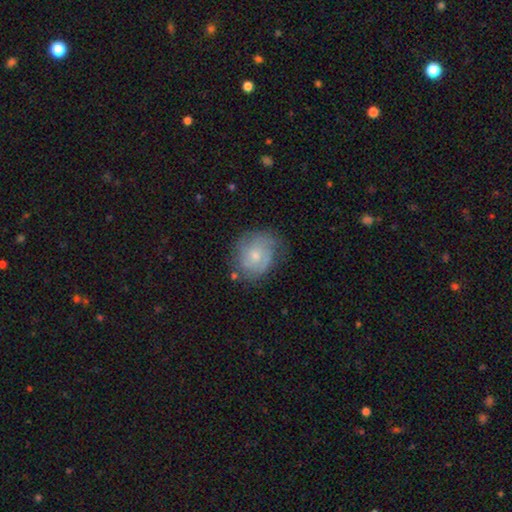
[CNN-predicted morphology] Smooth or featured?
  - featured or disk: 53% *
  - smooth: 39%
  - star or artifact: 8%
Edge-on disk?
  - no: 97% *
  - yes: 3%
Bar?
  - no: 74% *
  - weak: 23%
  - strong: 3%
Spiral arms?
  - yes: 77% *
  - no: 23%
Bulge size?
  - small: 50% *
  - moderate: 45%
  - none: 3%
  - large: 2%
  - dominant: 1%
Merging?
  - none: 66% *
  - minor disturbance: 24%
  - major disturbance: 8%
  - merger: 2%